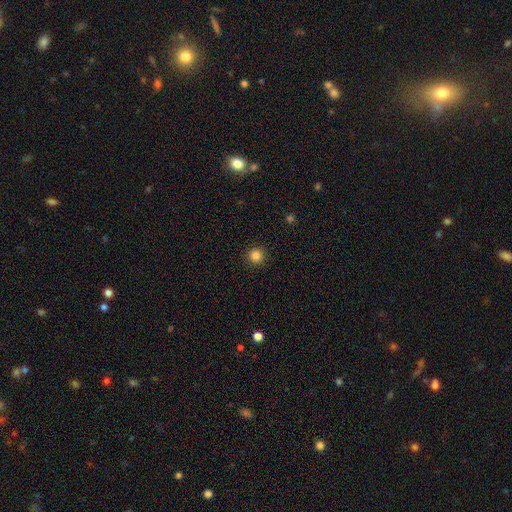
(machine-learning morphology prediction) type=smooth (84%); roundness=round (96%); merging=none (93%).